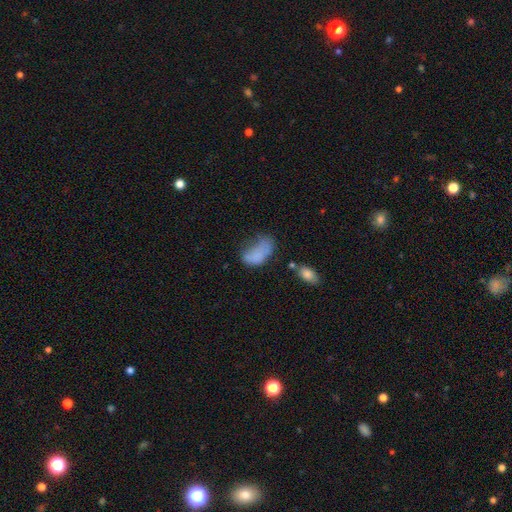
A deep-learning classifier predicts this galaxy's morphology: A smooth galaxy with no disk features (71%) that is in between round and cigar-shaped (91%).

Vote fractions:
- Smooth or featured? smooth: 71% / featured or disk: 18% / star or artifact: 11%
- How rounded? in between: 91% / round: 7% / cigar-shaped: 3%
- Merging? major disturbance: 38% / minor disturbance: 28% / none: 24% / merger: 10%